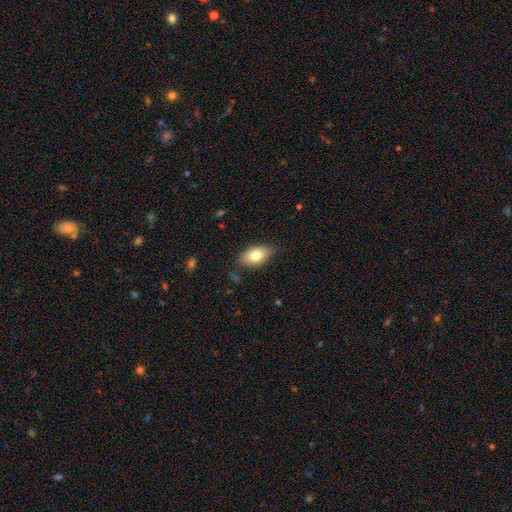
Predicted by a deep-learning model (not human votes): A smooth galaxy with no disk features (76%) that is in between round and cigar-shaped (90%).

Vote fractions:
- Smooth or featured? smooth: 76% / featured or disk: 17% / star or artifact: 7%
- How rounded? in between: 90% / round: 6% / cigar-shaped: 3%
- Merging? none: 77% / minor disturbance: 18% / major disturbance: 3% / merger: 1%